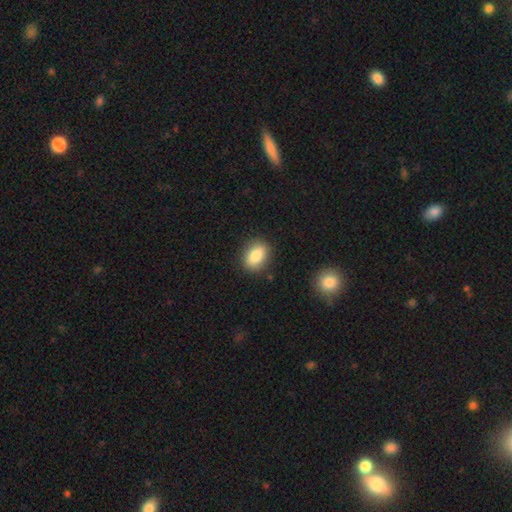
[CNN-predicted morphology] type=smooth (84%); roundness=in between (76%); merging=none (86%).